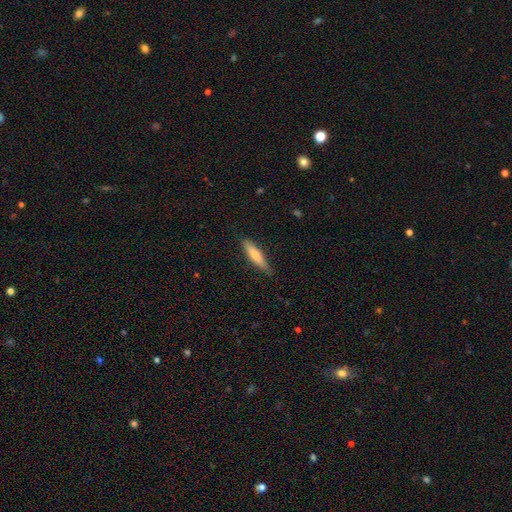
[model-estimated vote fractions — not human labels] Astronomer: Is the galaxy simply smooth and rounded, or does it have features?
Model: smooth — 76%.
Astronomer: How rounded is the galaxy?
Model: cigar-shaped — 78%.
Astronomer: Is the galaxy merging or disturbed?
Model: none — 82%.